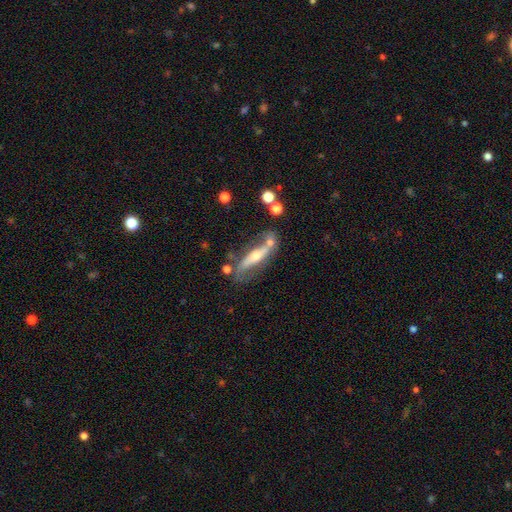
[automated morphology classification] featured or disk 69%, smooth 24%, star or artifact 7%. Down the decision tree: edge-on disk — yes (60%); merging — none (56%).